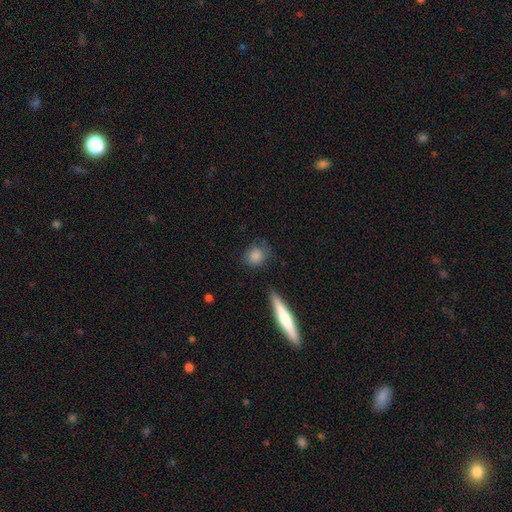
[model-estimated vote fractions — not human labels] The model was most divided on "how rounded": round: 66%, in between: 29%, cigar-shaped: 5%. More confident: smooth or featured — smooth (82%); merging — none (68%).